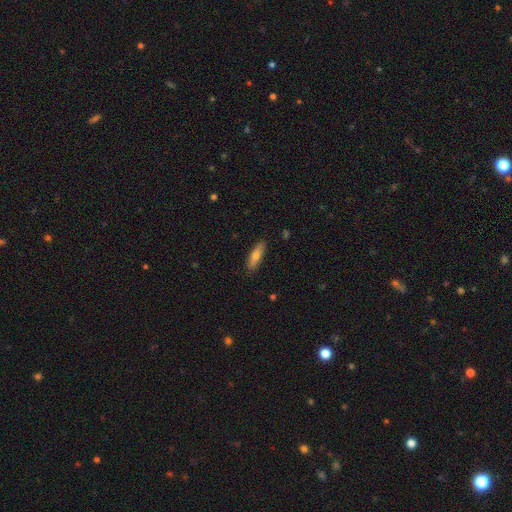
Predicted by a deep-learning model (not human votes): Smooth or featured? smooth (68%)
How rounded? cigar-shaped (61%)
Merging? none (87%)